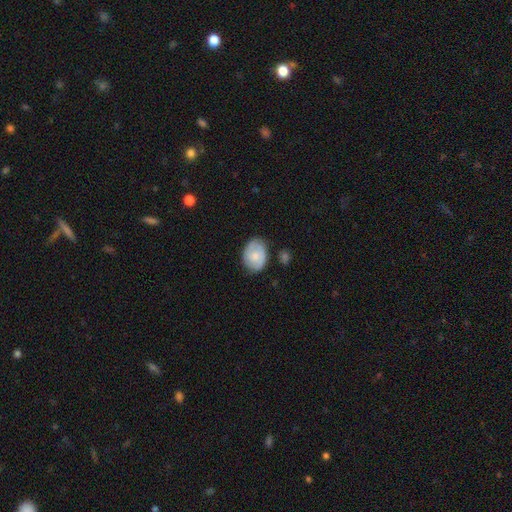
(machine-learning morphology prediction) Q: Smooth or featured?
A: smooth (54%); runner-up: featured or disk (39%)
Q: How rounded?
A: in between (68%); runner-up: round (31%)
Q: Merging?
A: none (75%); runner-up: minor disturbance (19%)